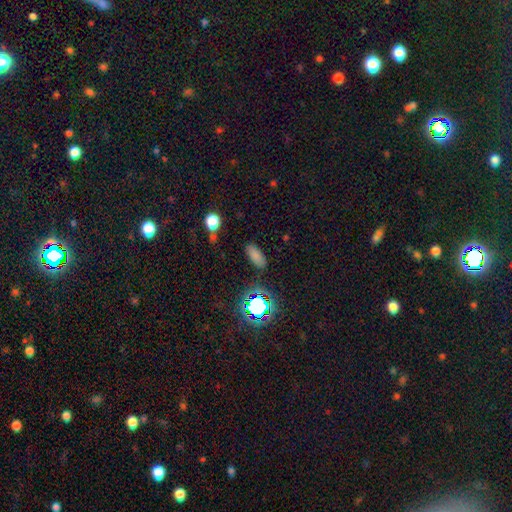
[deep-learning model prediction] A smooth galaxy with no disk features (76%) that is in between round and cigar-shaped (82%). Merging: none (81%).